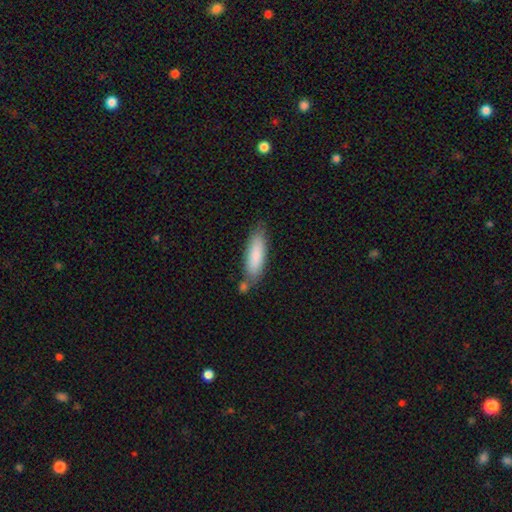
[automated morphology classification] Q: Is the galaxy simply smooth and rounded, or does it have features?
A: smooth — 84%.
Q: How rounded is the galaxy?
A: cigar-shaped — 54%.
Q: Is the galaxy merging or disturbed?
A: none — 66%.